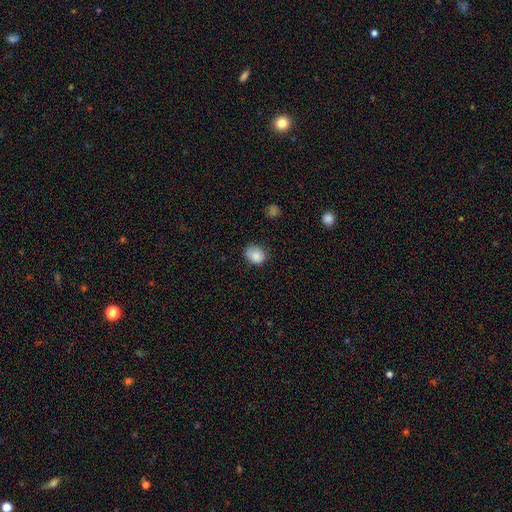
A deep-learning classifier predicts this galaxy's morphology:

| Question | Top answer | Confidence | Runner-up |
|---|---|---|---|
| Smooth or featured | smooth | 85% | star or artifact (9%) |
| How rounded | round | 50% | in between (49%) |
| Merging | none | 66% | minor disturbance (27%) |